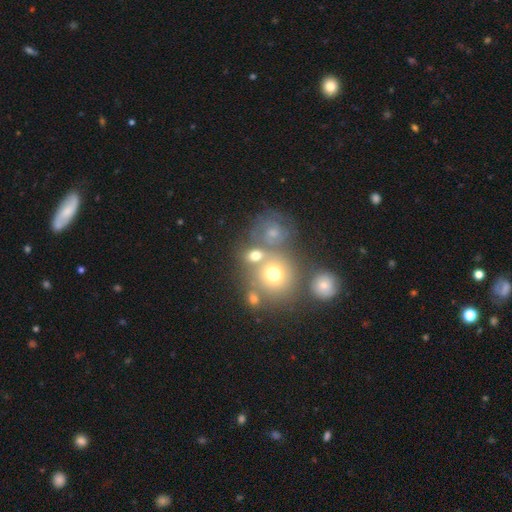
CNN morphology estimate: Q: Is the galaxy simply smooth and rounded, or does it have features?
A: smooth — 64%.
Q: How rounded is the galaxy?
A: round — 71%.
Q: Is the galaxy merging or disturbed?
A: none — 47%.